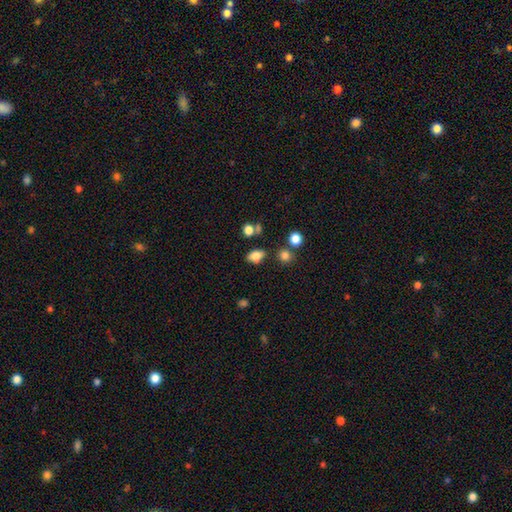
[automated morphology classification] A smooth galaxy with no disk features (79%) that is in between round and cigar-shaped (80%). Merging: none (71%).